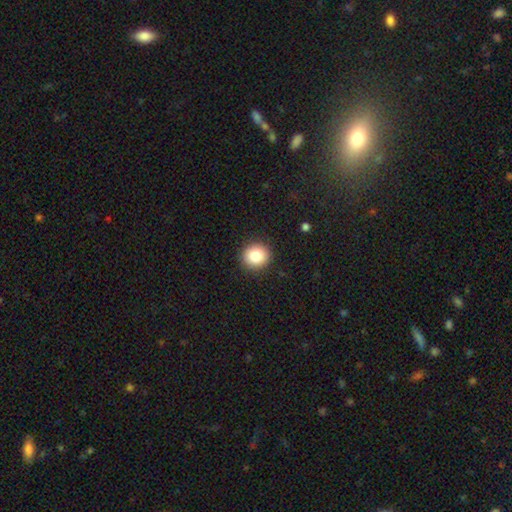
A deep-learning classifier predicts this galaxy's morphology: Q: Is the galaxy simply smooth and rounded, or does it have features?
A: smooth — 83%.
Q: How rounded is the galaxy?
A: round — 89%.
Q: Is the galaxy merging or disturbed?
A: none — 91%.